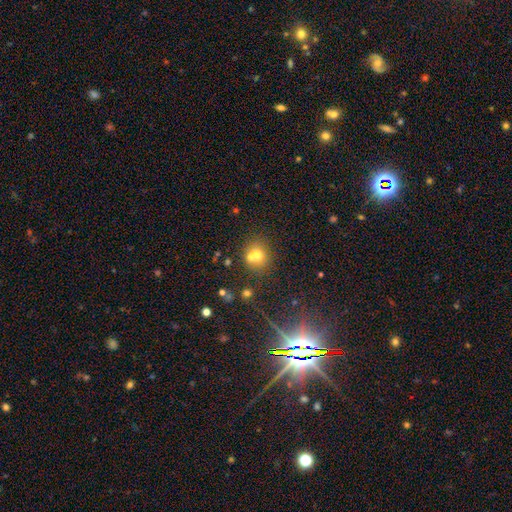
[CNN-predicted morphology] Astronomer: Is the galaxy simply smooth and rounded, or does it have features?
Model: smooth — 65%.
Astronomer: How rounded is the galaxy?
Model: round — 80%.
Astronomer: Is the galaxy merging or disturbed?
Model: none — 46% (runner-up: merger, 43%).